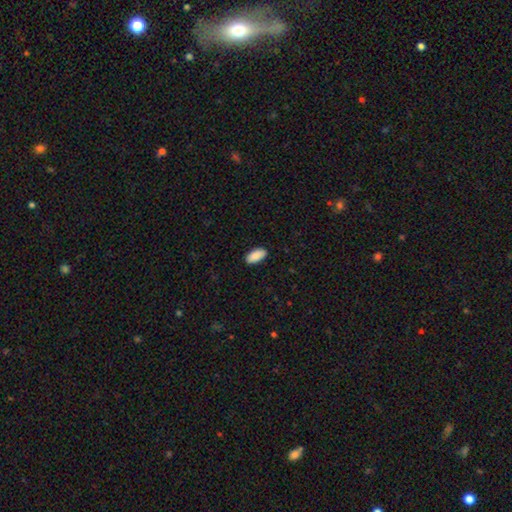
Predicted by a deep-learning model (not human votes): smooth-or-featured: smooth: 90% | star or artifact: 6% | featured or disk: 4%
  how-rounded: in between: 94% | cigar-shaped: 4% | round: 2%
  merging: none: 89% | minor disturbance: 9% | major disturbance: 2% | merger: 1%